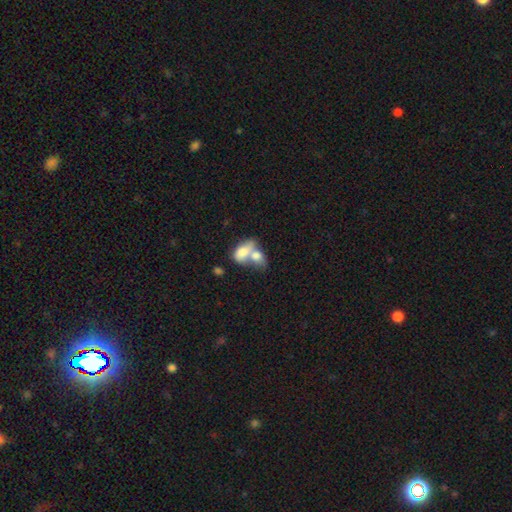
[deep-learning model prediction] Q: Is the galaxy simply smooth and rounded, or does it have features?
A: smooth — 72%.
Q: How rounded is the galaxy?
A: in between — 83%.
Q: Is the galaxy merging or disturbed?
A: merger — 78%.